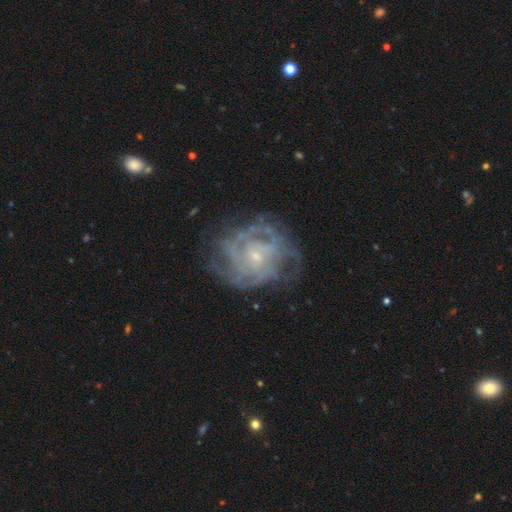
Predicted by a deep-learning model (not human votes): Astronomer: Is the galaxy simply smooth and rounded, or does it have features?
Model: featured or disk — 83%.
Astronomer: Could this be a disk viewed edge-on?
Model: no — 98%.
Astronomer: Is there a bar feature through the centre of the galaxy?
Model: no — 68%.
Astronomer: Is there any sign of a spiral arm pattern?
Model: yes — 89%.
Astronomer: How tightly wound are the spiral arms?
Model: tight — 58%.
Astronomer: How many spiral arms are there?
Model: can't tell — 42% (runner-up: 4, 19%).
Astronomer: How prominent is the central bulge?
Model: small — 76%.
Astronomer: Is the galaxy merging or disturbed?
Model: none — 67%.